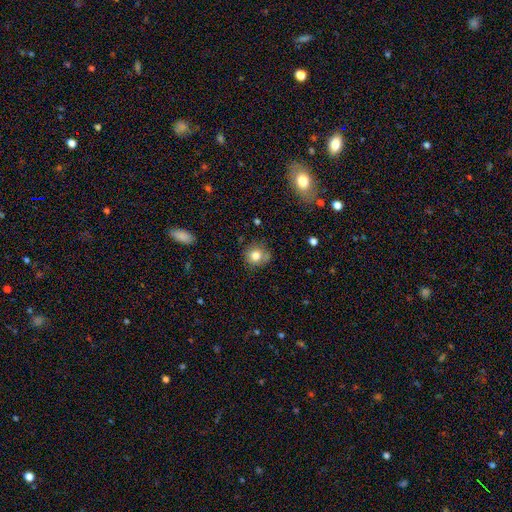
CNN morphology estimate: smooth-or-featured: smooth: 80% | star or artifact: 11% | featured or disk: 9%
  how-rounded: round: 86% | in between: 13% | cigar-shaped: 1%
  merging: none: 71% | minor disturbance: 19% | merger: 5% | major disturbance: 5%